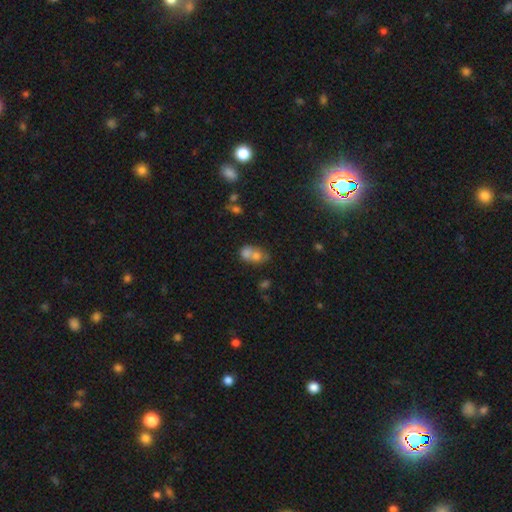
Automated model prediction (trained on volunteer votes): The model was most divided on "how rounded": in between: 53%, round: 45%, cigar-shaped: 2%. More confident: smooth or featured — smooth (68%); merging — merger (66%).